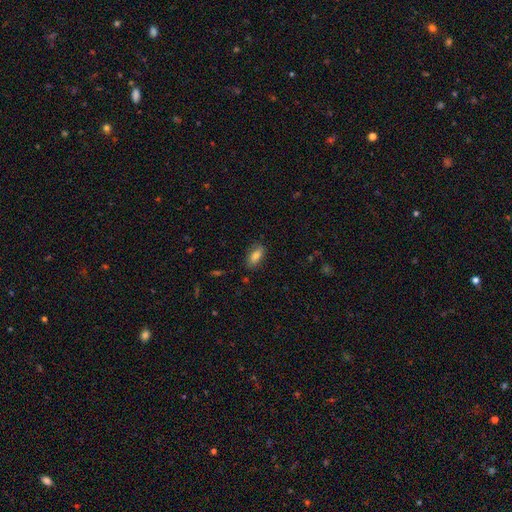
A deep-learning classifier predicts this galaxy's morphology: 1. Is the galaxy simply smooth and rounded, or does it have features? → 80% smooth, 12% featured or disk, 8% star or artifact.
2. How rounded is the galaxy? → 85% in between, 12% cigar-shaped, 3% round.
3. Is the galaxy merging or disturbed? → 81% none, 14% minor disturbance, 3% major disturbance, 1% merger.